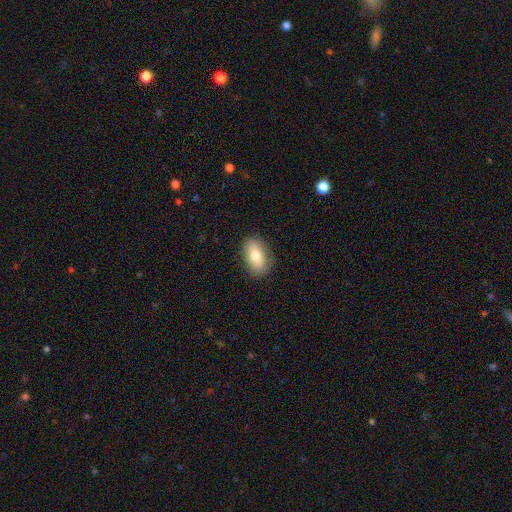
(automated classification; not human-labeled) Overall: smooth (77%). How rounded: in between (89%). Merging: none (87%).